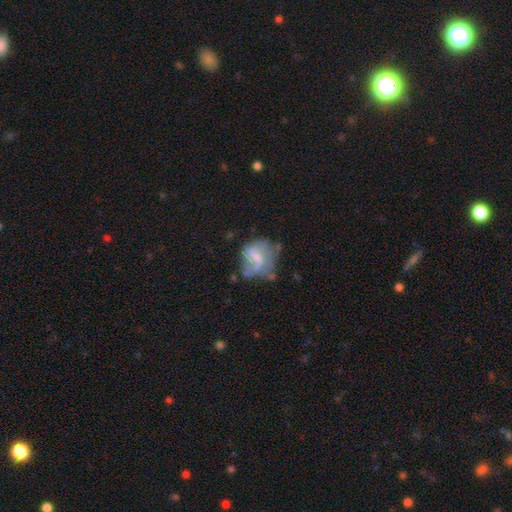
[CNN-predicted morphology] featured or disk 50%, smooth 39%, star or artifact 10%. Down the decision tree: edge-on disk — no (97%); merging — none (35%).